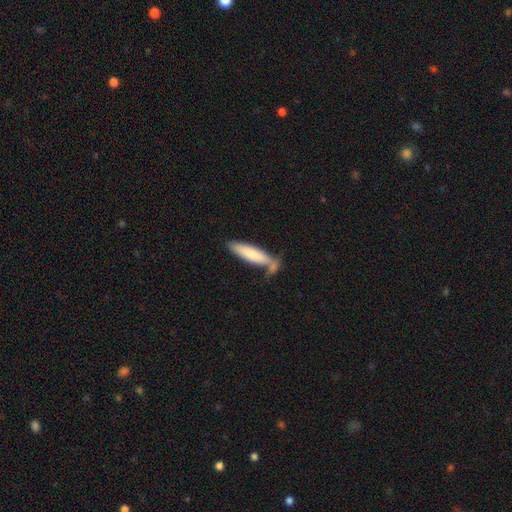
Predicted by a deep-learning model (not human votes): A smooth galaxy with no disk features (78%) that is cigar-shaped (72%). Merging: none (51%).